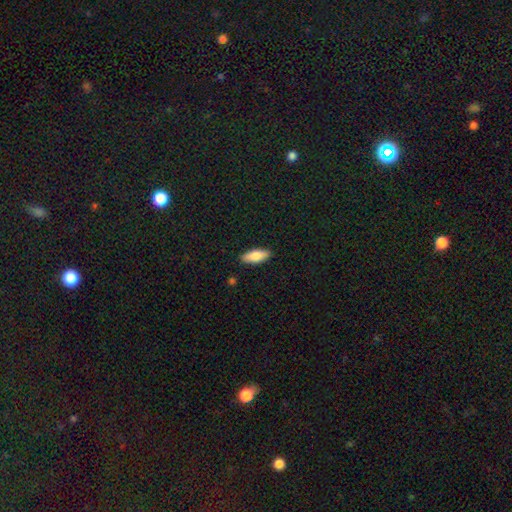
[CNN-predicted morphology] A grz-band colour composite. It shows a smooth galaxy with no disk features (81%) that is in between round and cigar-shaped (75%). Merging: none (89%).